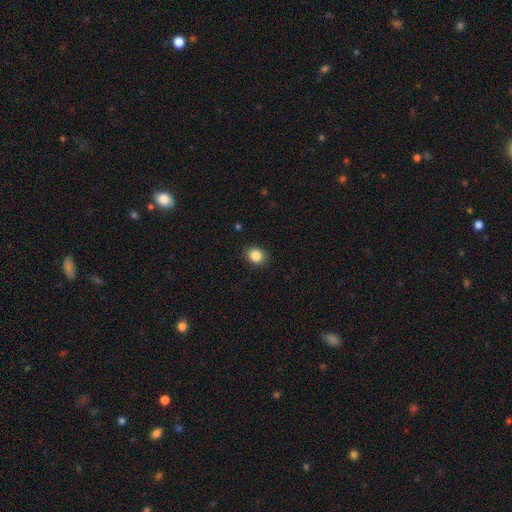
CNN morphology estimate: This is clearly a smooth galaxy (86%). How rounded: likely round (71%). Merging: clearly none (90%).